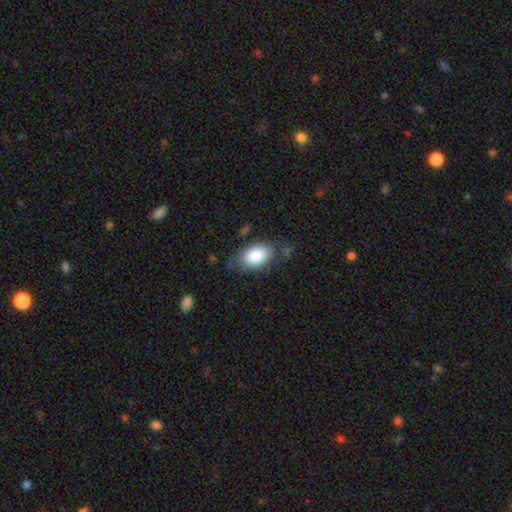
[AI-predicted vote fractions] smooth-or-featured: smooth: 83% | featured or disk: 11% | star or artifact: 6%
  how-rounded: in between: 91% | round: 7% | cigar-shaped: 1%
  merging: none: 63% | minor disturbance: 24% | major disturbance: 10% | merger: 3%